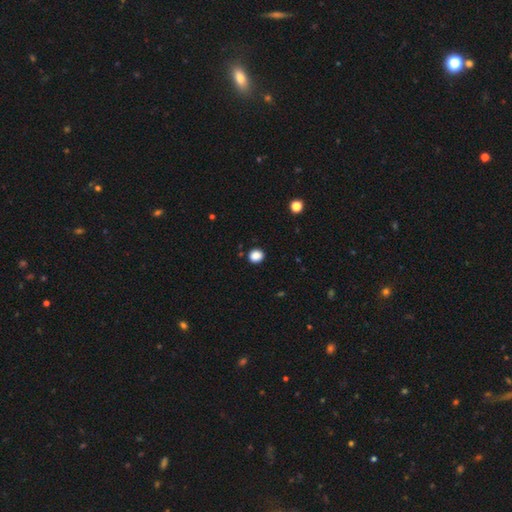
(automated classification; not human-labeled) Smooth or featured? Predicted: smooth (p=0.87). How rounded? Predicted: round (p=0.80). Merging? Predicted: none (p=0.90).